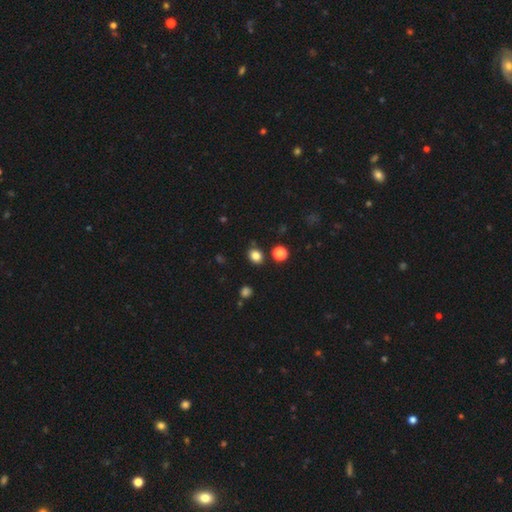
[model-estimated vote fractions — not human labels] Q: Smooth or featured?
A: smooth (82%); runner-up: star or artifact (13%)
Q: How rounded?
A: round (61%); runner-up: in between (38%)
Q: Merging?
A: none (82%); runner-up: minor disturbance (10%)